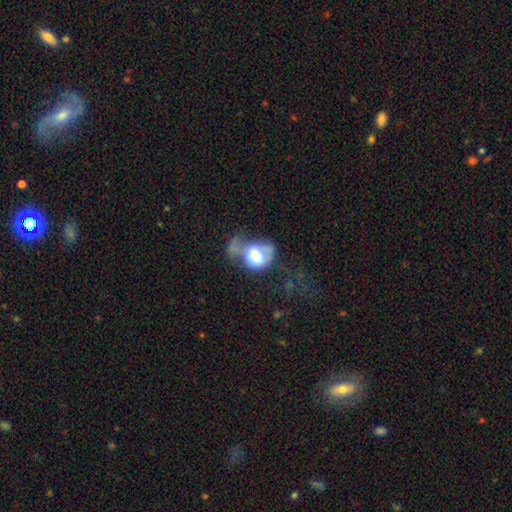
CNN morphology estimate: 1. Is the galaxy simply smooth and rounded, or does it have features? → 60% smooth, 31% featured or disk, 9% star or artifact.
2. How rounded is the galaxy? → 62% in between, 37% round, 1% cigar-shaped.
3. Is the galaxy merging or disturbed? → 43% major disturbance, 27% merger, 16% minor disturbance, 14% none.